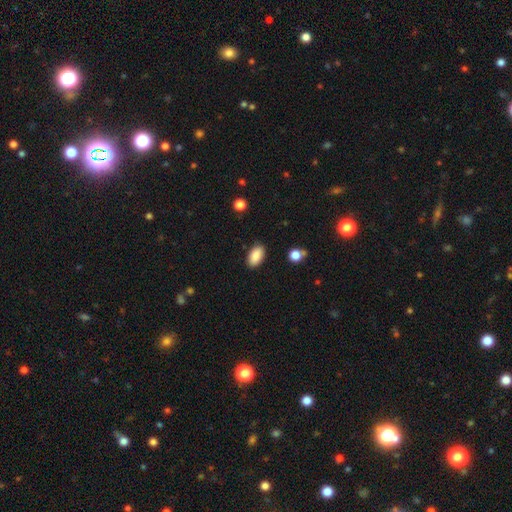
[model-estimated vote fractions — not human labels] This appears to be a smooth galaxy with no disk features (88%) that is in between round and cigar-shaped (94%). Merging: none (88%).